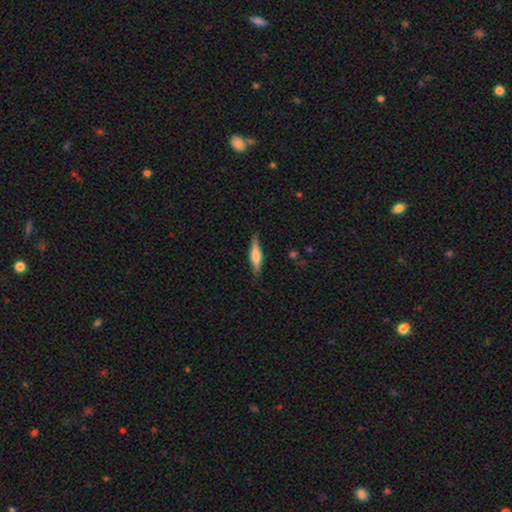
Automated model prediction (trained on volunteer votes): featured or disk 52%, smooth 42%, star or artifact 6%. Down the decision tree: edge-on disk — yes (95%); merging — none (86%).